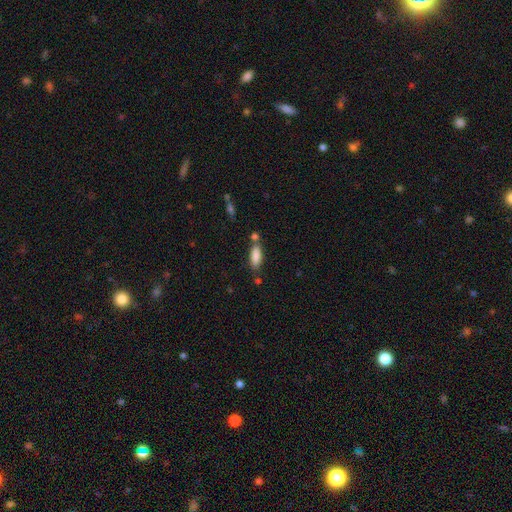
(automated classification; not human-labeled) Smooth or featured? Predicted: smooth (p=0.86). How rounded? Predicted: in between (p=0.73). Merging? Predicted: none (p=0.65).